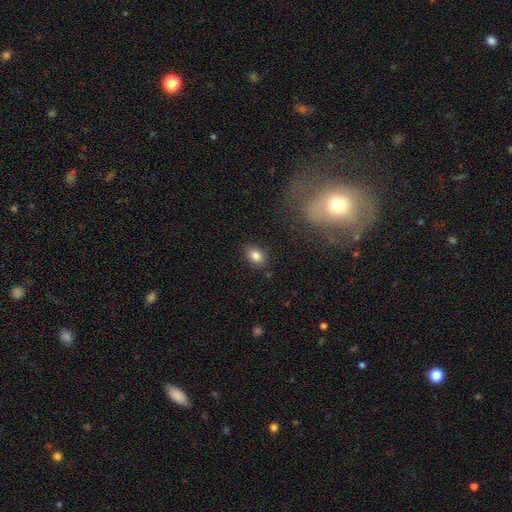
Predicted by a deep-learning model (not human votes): smooth-or-featured: smooth: 83% | star or artifact: 9% | featured or disk: 8%
  how-rounded: in between: 77% | round: 22% | cigar-shaped: 1%
  merging: none: 84% | minor disturbance: 11% | major disturbance: 3% | merger: 2%